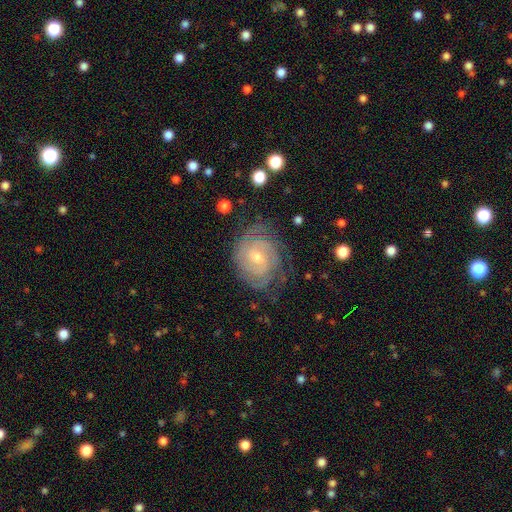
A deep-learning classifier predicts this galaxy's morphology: smooth_or_featured: featured or disk (p=0.87) [alt: smooth p=0.07]
disk_edge_on: no (p=0.97) [alt: yes p=0.03]
bar: no (p=0.46) [alt: weak p=0.44]
has_spiral_arms: yes (p=0.97) [alt: no p=0.03]
spiral_winding: tight (p=0.74) [alt: medium p=0.22]
spiral_arm_count: 2 (p=0.30) [alt: can't tell p=0.27]
bulge_size: small (p=0.54) [alt: moderate p=0.42]
merging: none (p=0.73) [alt: minor disturbance p=0.19]